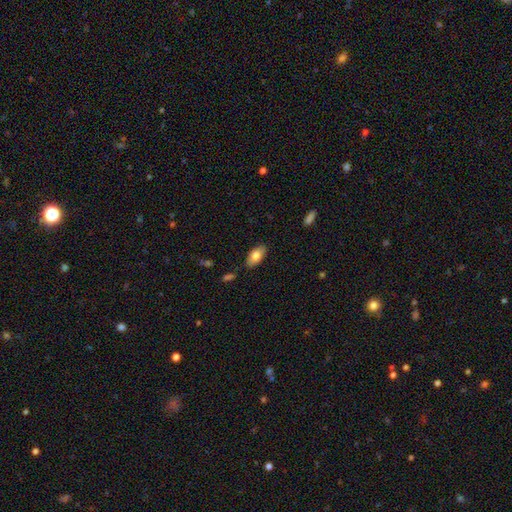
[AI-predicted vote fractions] A smooth galaxy with no disk features (79%) that is in between round and cigar-shaped (93%). Merging: none (85%).